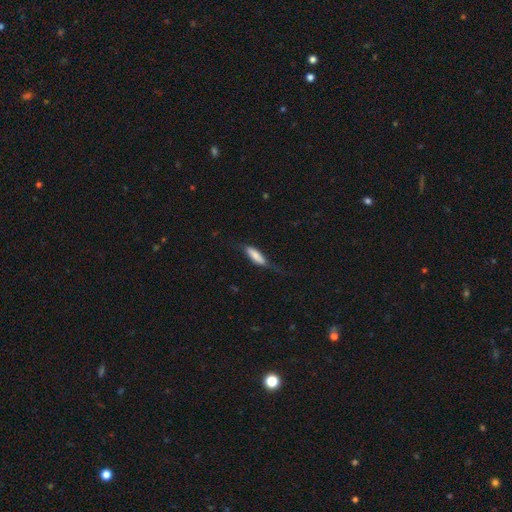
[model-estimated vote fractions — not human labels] smooth_or_featured: smooth (p=0.77) [alt: featured or disk p=0.17]
how_rounded: cigar-shaped (p=0.54) [alt: in between p=0.44]
merging: none (p=0.52) [alt: minor disturbance p=0.30]